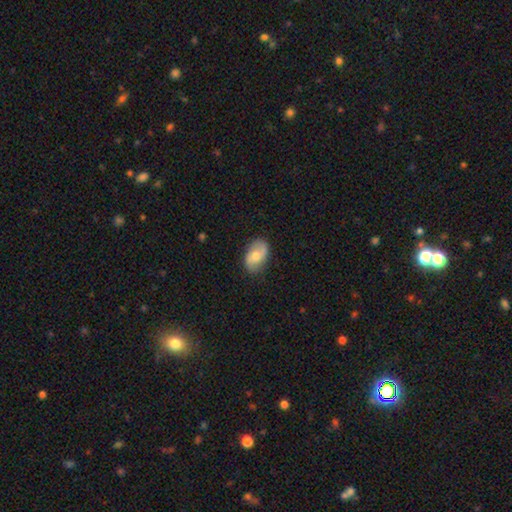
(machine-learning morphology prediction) smooth-or-featured: smooth: 52% | featured or disk: 42% | star or artifact: 6%
  how-rounded: in between: 87% | round: 12% | cigar-shaped: 2%
  merging: none: 82% | minor disturbance: 14% | major disturbance: 3% | merger: 1%